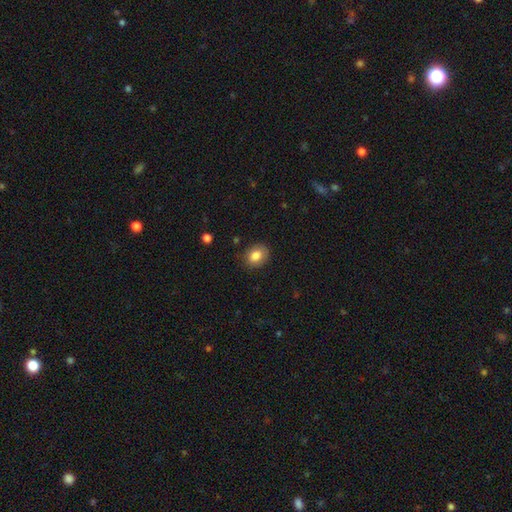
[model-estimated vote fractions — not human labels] The model was most divided on "how rounded": in between: 55%, round: 44%, cigar-shaped: 1%. More confident: merging — none (83%); smooth or featured — smooth (83%).